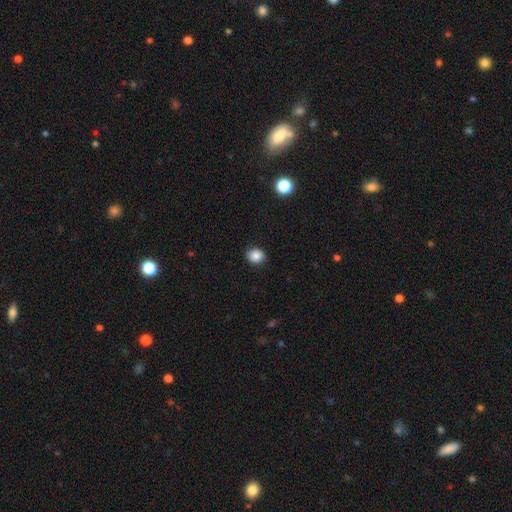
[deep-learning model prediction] A smooth galaxy with no disk features (86%) that is round (68%).

Vote fractions:
- Smooth or featured? smooth: 86% / star or artifact: 10% / featured or disk: 4%
- How rounded? round: 68% / in between: 31% / cigar-shaped: 1%
- Merging? none: 89% / minor disturbance: 8% / major disturbance: 2% / merger: 1%